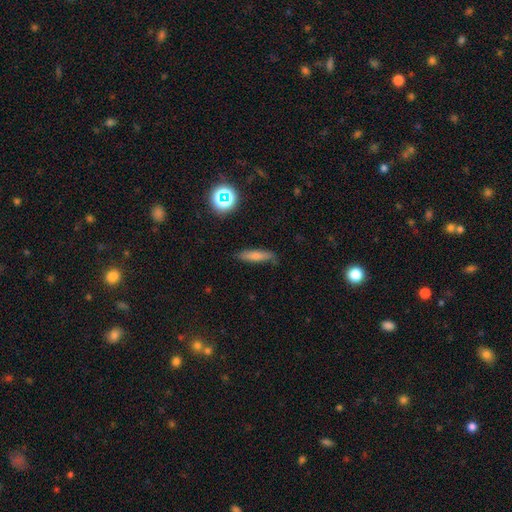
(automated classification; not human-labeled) The model was most divided on "how rounded": cigar-shaped: 72%, in between: 25%, round: 3%. More confident: merging — none (74%); smooth or featured — smooth (73%).